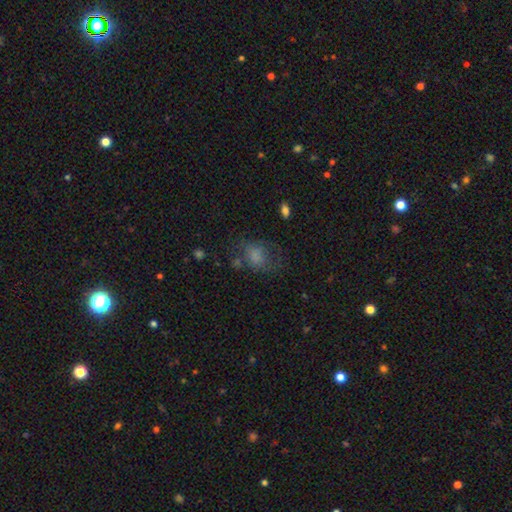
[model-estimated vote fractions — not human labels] smooth 66%, featured or disk 20%, star or artifact 14%. Down the decision tree: how rounded — in between (63%); merging — none (41%).